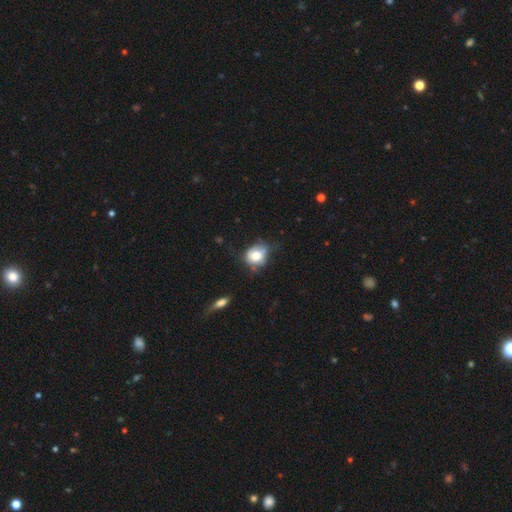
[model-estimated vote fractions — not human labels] Q: Smooth or featured?
A: smooth (71%); runner-up: featured or disk (19%)
Q: How rounded?
A: round (67%); runner-up: in between (32%)
Q: Merging?
A: none (45%); runner-up: minor disturbance (34%)